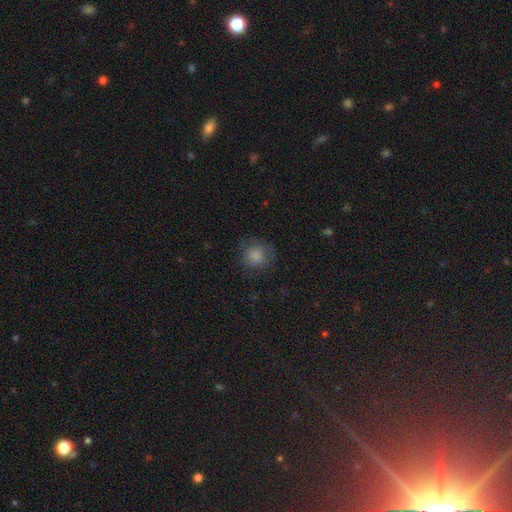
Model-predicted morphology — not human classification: Q: Smooth or featured?
A: smooth (82%); runner-up: star or artifact (10%)
Q: How rounded?
A: round (88%); runner-up: in between (11%)
Q: Merging?
A: none (73%); runner-up: minor disturbance (17%)